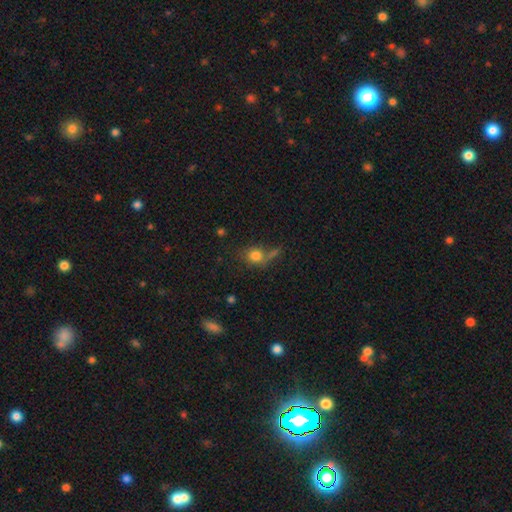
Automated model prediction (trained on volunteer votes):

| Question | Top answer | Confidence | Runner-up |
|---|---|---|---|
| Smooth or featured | smooth | 77% | star or artifact (13%) |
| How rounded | round | 66% | in between (32%) |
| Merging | none | 56% | merger (18%) |